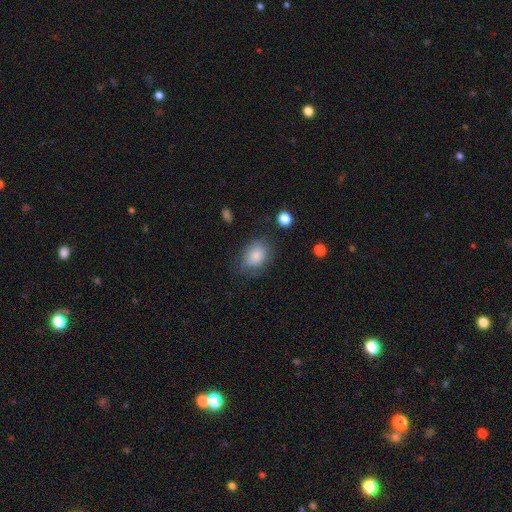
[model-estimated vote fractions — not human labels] This is clearly a smooth galaxy (83%). How rounded: likely in between (66%). Merging: likely none (62%).